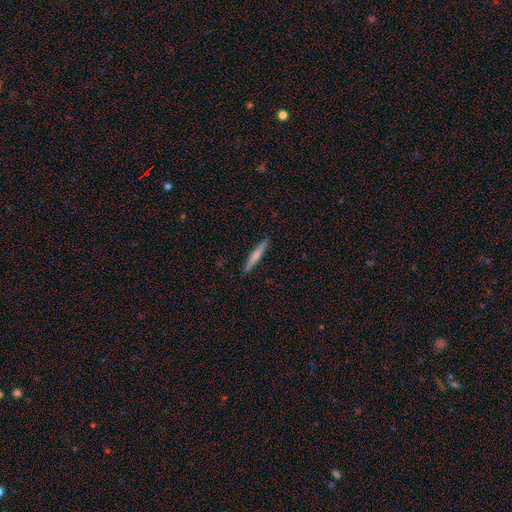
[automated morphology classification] The model was most divided on "smooth or featured": smooth: 61%, featured or disk: 33%, star or artifact: 6%. More confident: how rounded — cigar-shaped (95%); merging — none (91%).